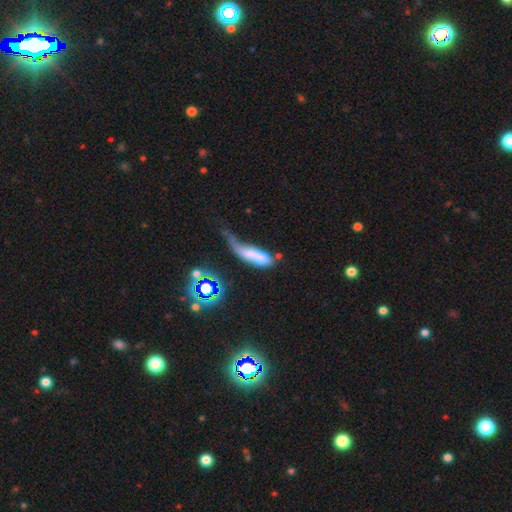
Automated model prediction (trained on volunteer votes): The model was most divided on "how rounded": in between: 52%, cigar-shaped: 44%, round: 4%. Remaining: smooth or featured — smooth (59%); merging — major disturbance (42%).